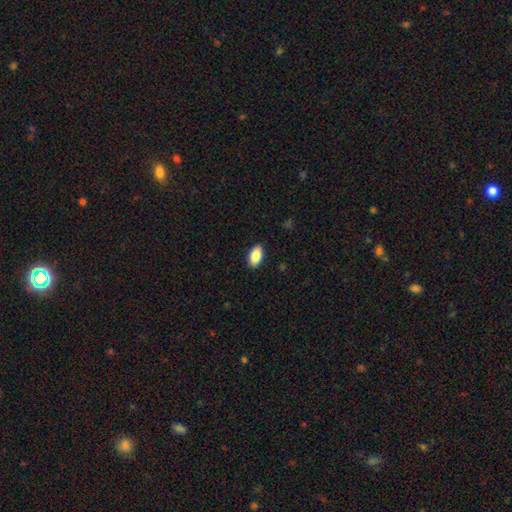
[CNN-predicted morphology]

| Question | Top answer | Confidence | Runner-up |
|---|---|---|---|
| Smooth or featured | smooth | 87% | star or artifact (7%) |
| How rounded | in between | 93% | round (4%) |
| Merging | none | 89% | minor disturbance (8%) |